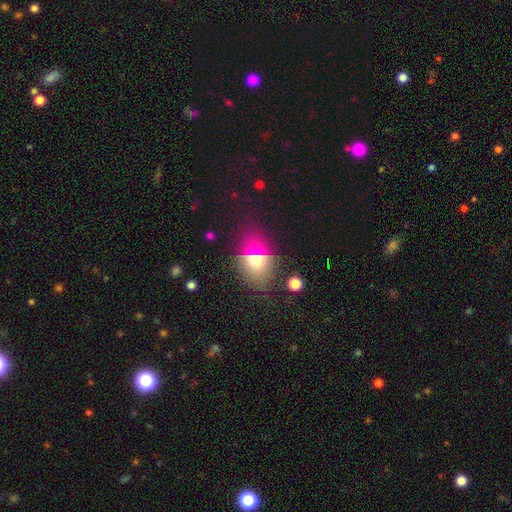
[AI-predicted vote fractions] Overall: smooth (65%). How rounded: in between (65%; round 32%). Merging: none (78%).